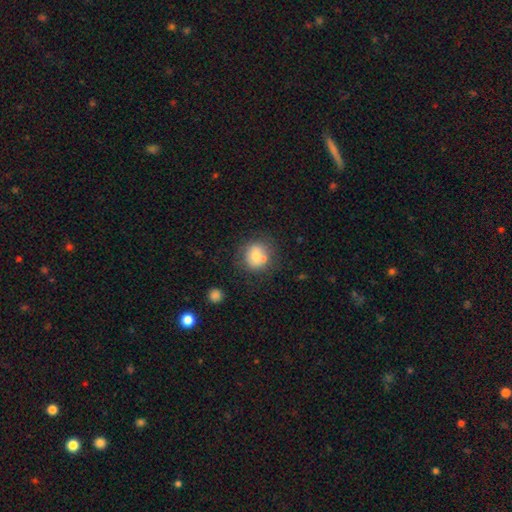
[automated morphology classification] Smooth or featured?
  - smooth: 69% *
  - featured or disk: 21%
  - star or artifact: 10%
How rounded?
  - round: 78% *
  - in between: 21%
  - cigar-shaped: 1%
Merging?
  - none: 60% *
  - merger: 20%
  - minor disturbance: 14%
  - major disturbance: 5%